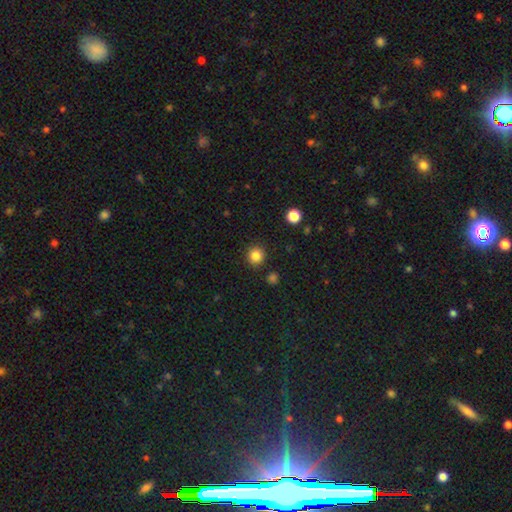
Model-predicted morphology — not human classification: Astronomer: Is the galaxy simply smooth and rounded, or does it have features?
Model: smooth — 84%.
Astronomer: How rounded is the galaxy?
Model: round — 91%.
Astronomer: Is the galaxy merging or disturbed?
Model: none — 90%.